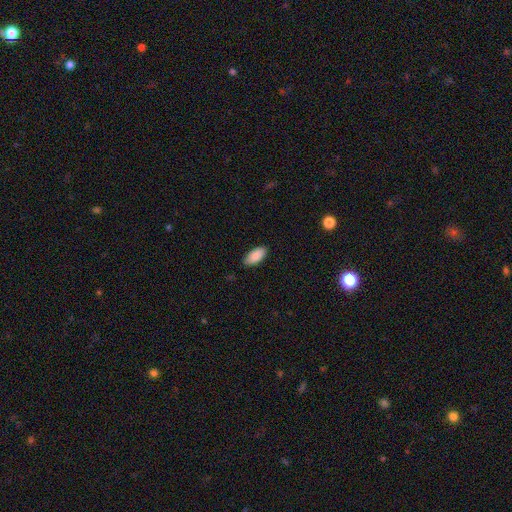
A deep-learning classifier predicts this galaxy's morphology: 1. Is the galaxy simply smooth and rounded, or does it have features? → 89% smooth, 6% star or artifact, 4% featured or disk.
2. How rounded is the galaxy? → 90% in between, 8% cigar-shaped, 2% round.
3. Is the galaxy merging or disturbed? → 85% none, 11% minor disturbance, 2% major disturbance, 1% merger.